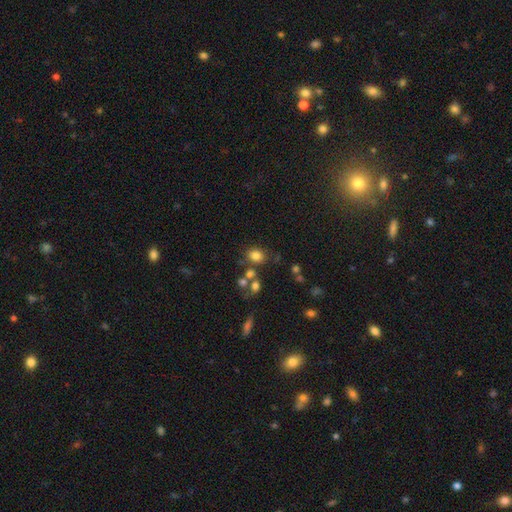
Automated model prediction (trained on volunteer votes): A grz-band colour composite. It shows a smooth galaxy with no disk features (79%) that is round (55%). Merging: none (68%).